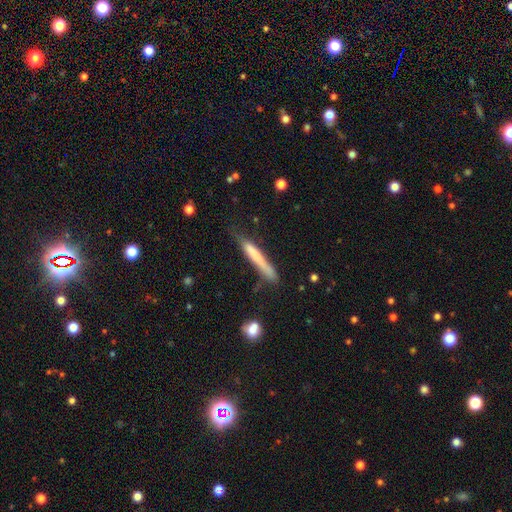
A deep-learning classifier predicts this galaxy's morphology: This is likely a smooth galaxy (63%). How rounded: clearly cigar-shaped (94%). Merging: possibly none (55%).